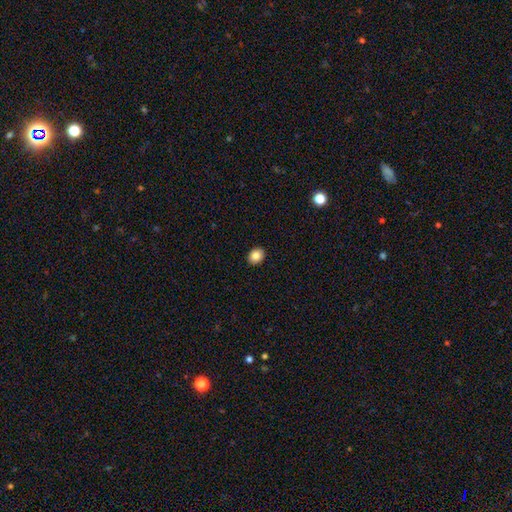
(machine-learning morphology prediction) Q: Smooth or featured?
A: smooth (84%); runner-up: star or artifact (9%)
Q: How rounded?
A: round (61%); runner-up: in between (38%)
Q: Merging?
A: none (92%); runner-up: minor disturbance (6%)